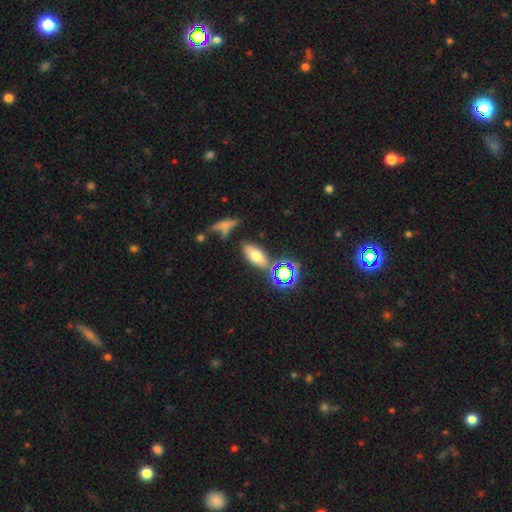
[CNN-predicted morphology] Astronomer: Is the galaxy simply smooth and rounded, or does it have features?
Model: smooth — 61%.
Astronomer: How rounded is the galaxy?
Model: in between — 80%.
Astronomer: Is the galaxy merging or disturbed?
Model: none — 72%.